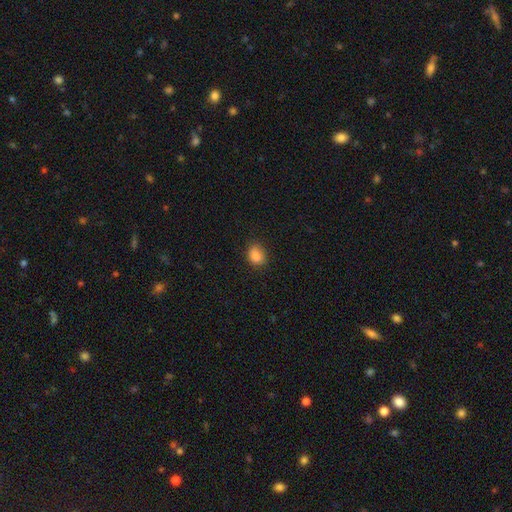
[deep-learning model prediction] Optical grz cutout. It shows a smooth galaxy with no disk features (86%) that is in between round and cigar-shaped (54%). Merging: none (80%).